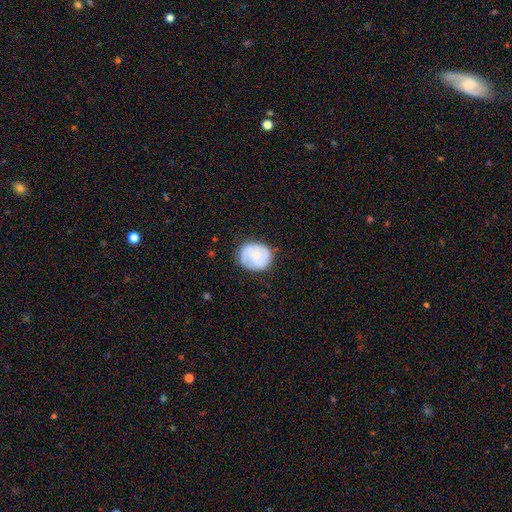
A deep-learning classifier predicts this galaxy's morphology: The model was most divided on "smooth or featured": featured or disk: 50%, smooth: 43%, star or artifact: 7%. More confident: edge-on disk — no (98%); merging — none (73%).